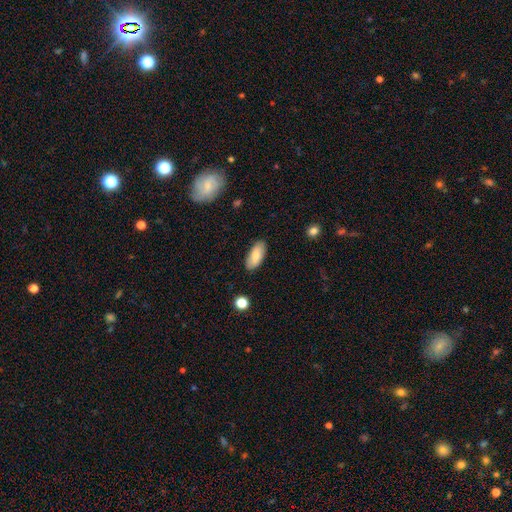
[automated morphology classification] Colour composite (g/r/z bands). It shows a smooth galaxy with no disk features (81%) that is in between round and cigar-shaped (88%). Merging: none (86%).